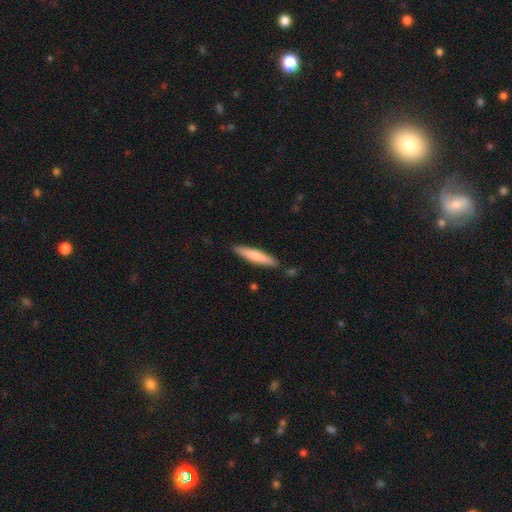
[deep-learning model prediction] smooth_or_featured: smooth (p=0.73) [alt: featured or disk p=0.22]
how_rounded: cigar-shaped (p=0.91) [alt: in between p=0.08]
merging: none (p=0.88) [alt: minor disturbance p=0.09]